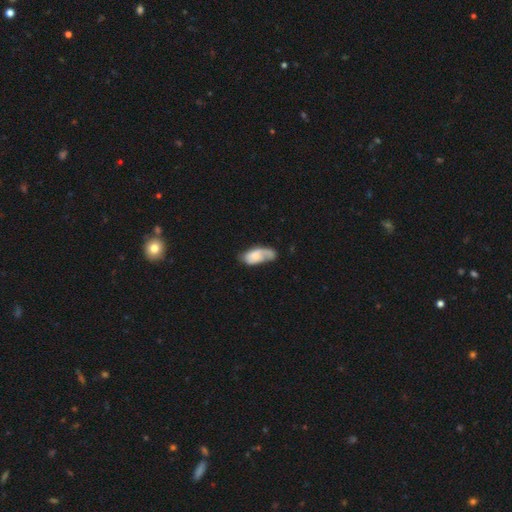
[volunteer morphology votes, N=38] Smooth or featured: featured or disk — 55% (smooth — 37%)
Edge-on disk: no — 95% (yes — 5%)
Bar: no — 60% (weak — 35%)
Spiral arms: yes — 95% (no — 5%)
Spiral winding: tight — 53% (medium — 32%)
Spiral arm count: 1 — 74% (2 — 11%)
Bulge size: small — 45% (moderate — 40%)
Merging: major disturbance — 40% (none — 37%)